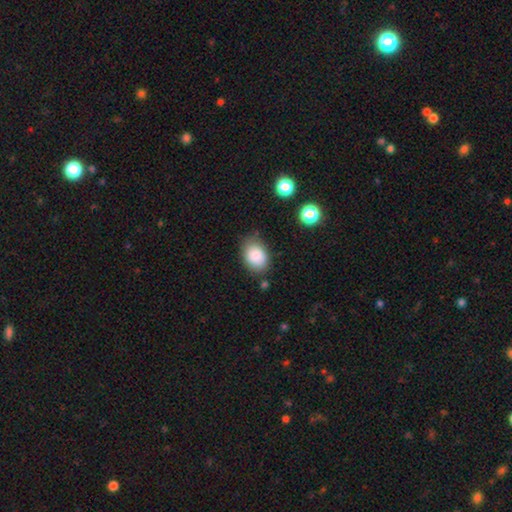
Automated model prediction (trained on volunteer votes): smooth 86%, star or artifact 8%, featured or disk 6%. Down the decision tree: how rounded — in between (74%); merging — none (70%).